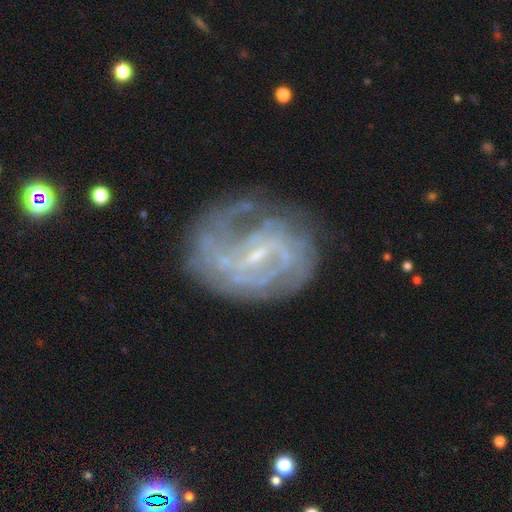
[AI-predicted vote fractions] A featured or disk galaxy (85%) with a weak bar (52%), can't tell (34%, tied with 2) tight (49%) spiral arms (90%) and a small central bulge (74%).

Vote fractions:
- Smooth or featured? featured or disk: 85% / smooth: 8% / star or artifact: 7%
- Edge-on disk? no: 98% / yes: 2%
- Bar? weak: 52% / strong: 30% / no: 18%
- Spiral arms? yes: 90% / no: 10%
- Spiral winding? tight: 49% / medium: 37% / loose: 14%
- Spiral arm count? can't tell: 34% (tied) / 2: 34% (tied) / 3: 13% / 4: 7% / 1: 7% / more than 4: 5%
- Bulge size? small: 74% / moderate: 12% / none: 11% / large: 1% / dominant: 1%
- Merging? none: 59% / minor disturbance: 21% / major disturbance: 16% / merger: 3%